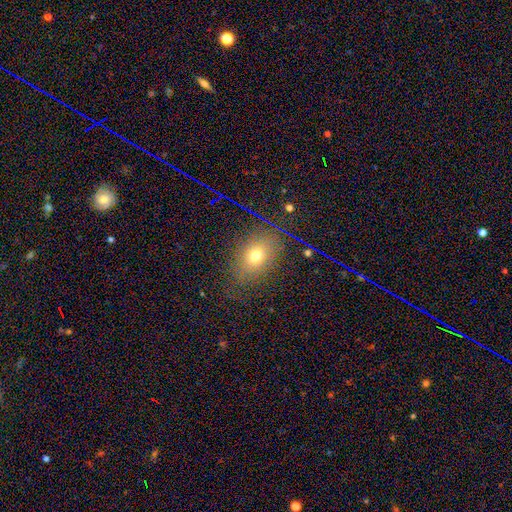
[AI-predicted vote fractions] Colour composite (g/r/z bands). It shows a smooth galaxy with no disk features (66%) that is in between round and cigar-shaped (71%). Merging: none (81%).